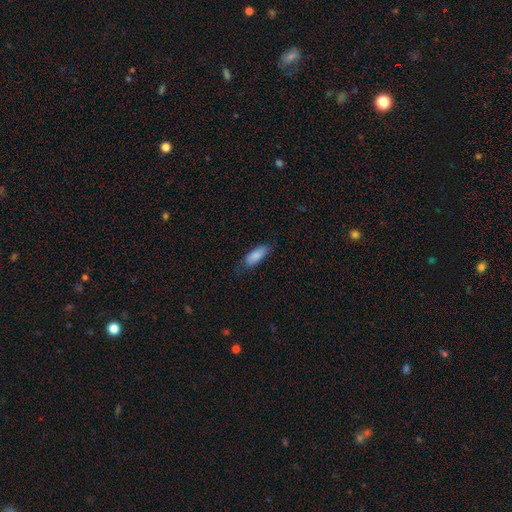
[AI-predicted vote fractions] smooth-or-featured: smooth: 86% | featured or disk: 7% | star or artifact: 6%
  how-rounded: in between: 72% | cigar-shaped: 27% | round: 2%
  merging: none: 69% | minor disturbance: 24% | major disturbance: 6% | merger: 1%